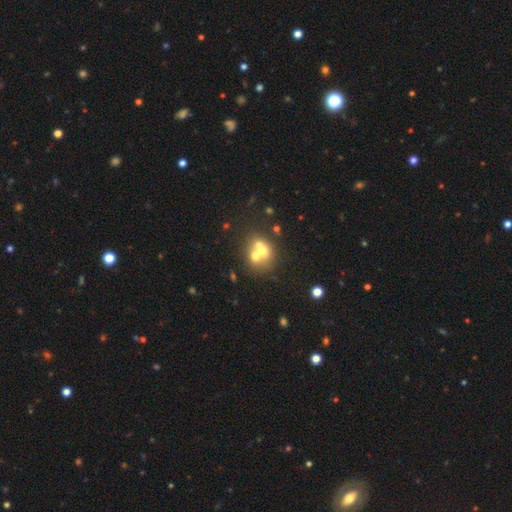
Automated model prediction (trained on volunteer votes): Smooth or featured? Predicted: smooth (p=0.55). How rounded? Predicted: round (p=0.71). Merging? Predicted: merger (p=0.59).